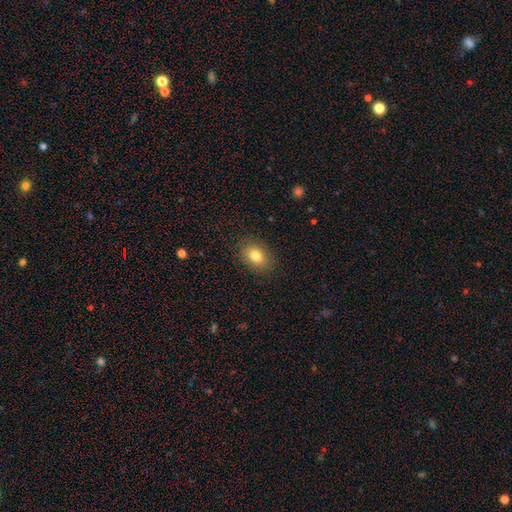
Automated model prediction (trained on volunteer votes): Smooth or featured?
  - smooth: 82% *
  - star or artifact: 9%
  - featured or disk: 9%
How rounded?
  - in between: 75% *
  - round: 24%
  - cigar-shaped: 1%
Merging?
  - none: 87% *
  - minor disturbance: 9%
  - major disturbance: 3%
  - merger: 1%